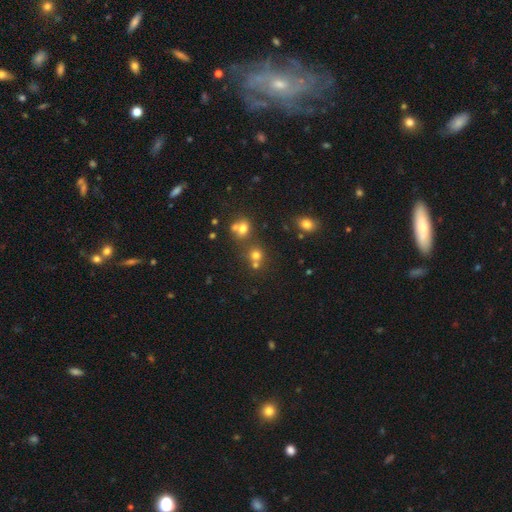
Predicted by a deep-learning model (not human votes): A smooth galaxy with no disk features (62%) that is round (84%).

Vote fractions:
- Smooth or featured? smooth: 62% / star or artifact: 27% / featured or disk: 11%
- How rounded? round: 84% / in between: 15% / cigar-shaped: 1%
- Merging? none: 56% / merger: 33% / minor disturbance: 7% / major disturbance: 3%